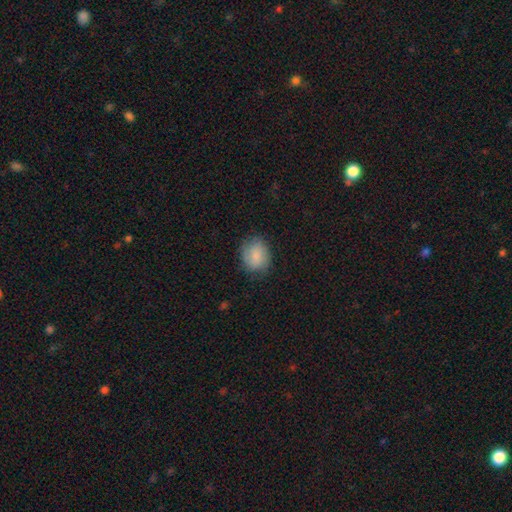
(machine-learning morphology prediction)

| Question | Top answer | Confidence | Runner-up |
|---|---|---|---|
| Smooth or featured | smooth | 79% | featured or disk (13%) |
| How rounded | in between | 55% | round (44%) |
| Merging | none | 74% | minor disturbance (19%) |